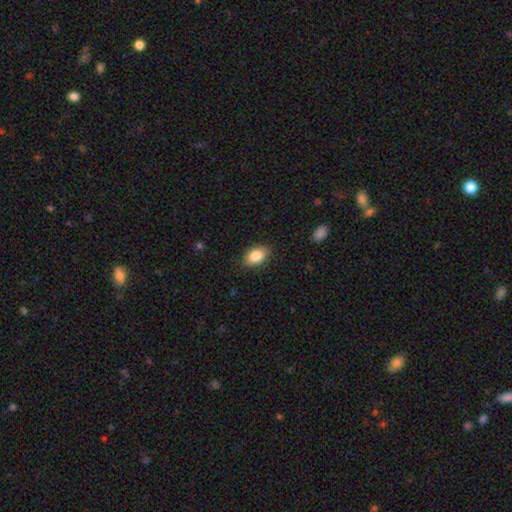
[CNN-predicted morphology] smooth_or_featured: smooth (p=0.85) [alt: featured or disk p=0.08]
how_rounded: in between (p=0.89) [alt: round p=0.09]
merging: none (p=0.86) [alt: minor disturbance p=0.10]